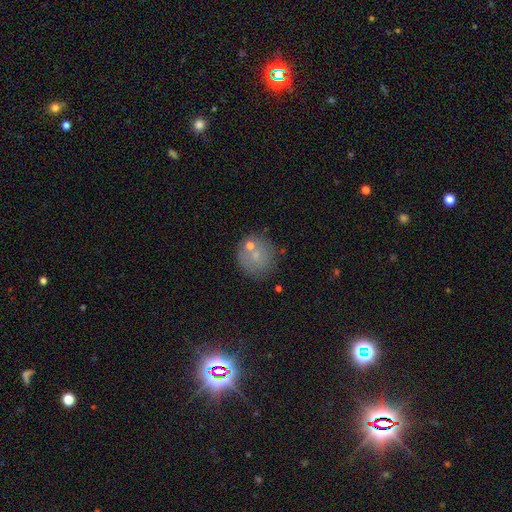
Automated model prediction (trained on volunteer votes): The model was most divided on "smooth or featured": smooth: 66%, featured or disk: 20%, star or artifact: 14%. More confident: how rounded — round (90%); merging — none (69%).